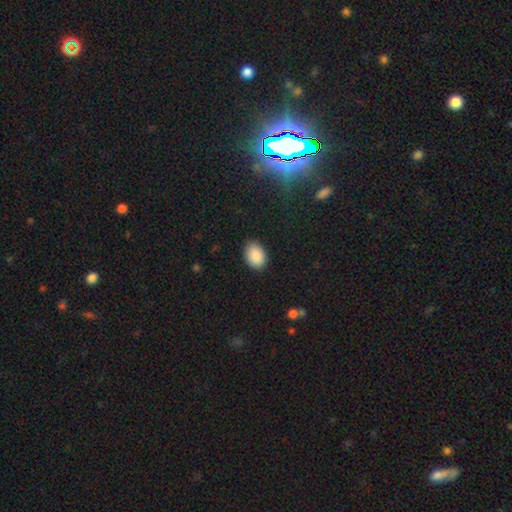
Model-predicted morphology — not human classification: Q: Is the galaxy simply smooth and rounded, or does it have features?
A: smooth — 90%.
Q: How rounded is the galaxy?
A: in between — 83%.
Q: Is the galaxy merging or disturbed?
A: none — 86%.